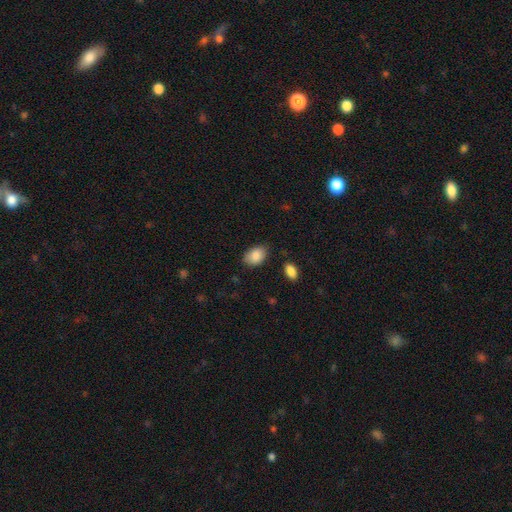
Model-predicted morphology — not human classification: A smooth galaxy with no disk features (87%) that is in between round and cigar-shaped (85%). Merging: none (79%).